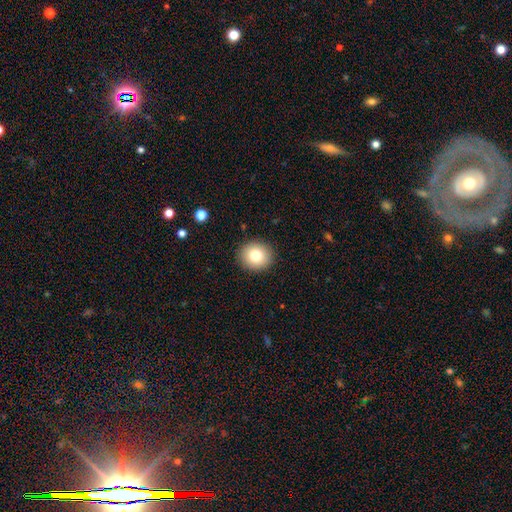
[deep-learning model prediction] This appears to be a smooth galaxy with no disk features (79%) that is round (86%). Merging: none (91%).